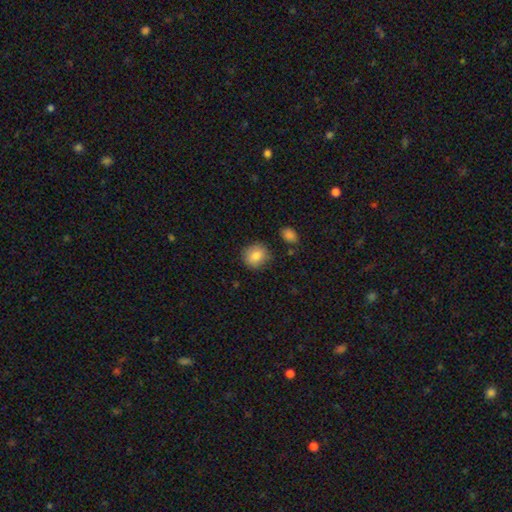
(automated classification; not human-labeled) Smooth or featured? Predicted: smooth (p=0.84). How rounded? Predicted: round (p=0.82). Merging? Predicted: none (p=0.84).